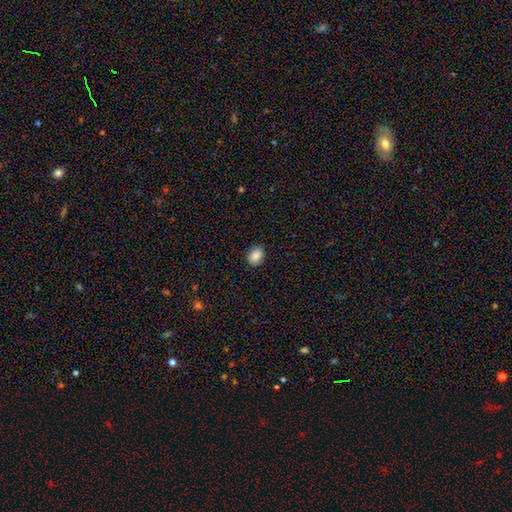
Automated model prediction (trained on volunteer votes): Q: Smooth or featured?
A: smooth (86%); runner-up: star or artifact (9%)
Q: How rounded?
A: in between (50%); runner-up: round (49%)
Q: Merging?
A: none (88%); runner-up: minor disturbance (9%)